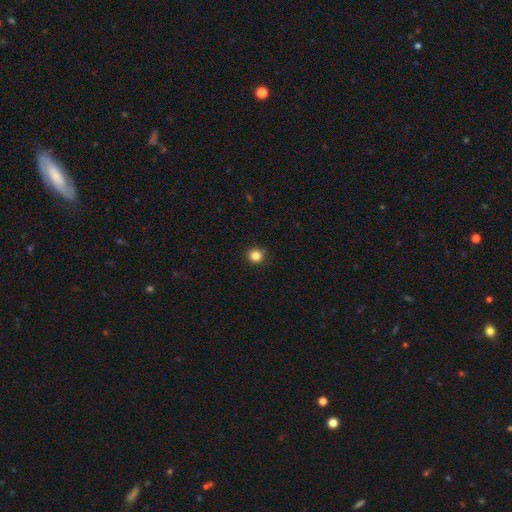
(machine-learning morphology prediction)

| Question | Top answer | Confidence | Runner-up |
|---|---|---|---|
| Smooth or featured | smooth | 84% | star or artifact (12%) |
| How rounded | round | 92% | in between (7%) |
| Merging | none | 88% | minor disturbance (8%) |